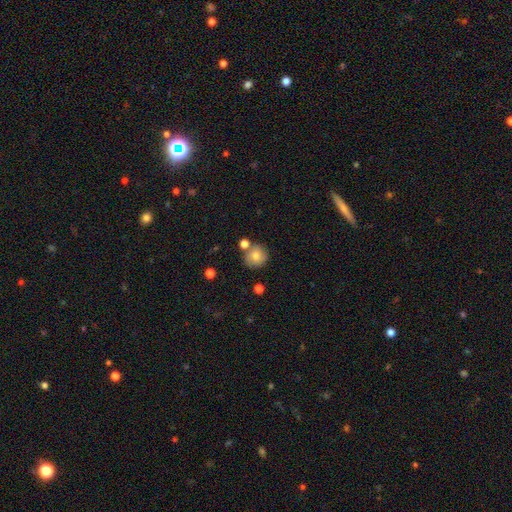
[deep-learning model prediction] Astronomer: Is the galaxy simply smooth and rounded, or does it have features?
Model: smooth — 76%.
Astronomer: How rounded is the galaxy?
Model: round — 90%.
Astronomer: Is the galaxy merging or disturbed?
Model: none — 71%.